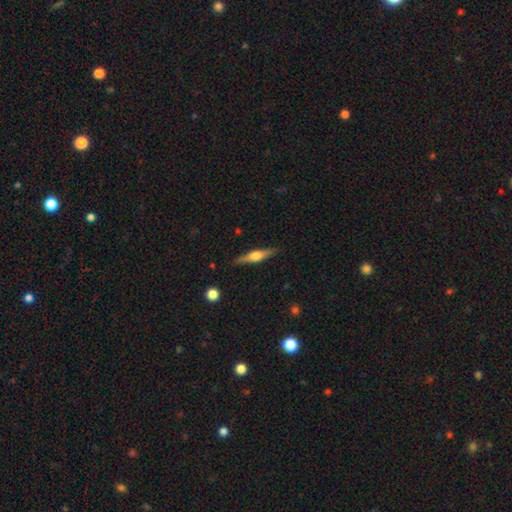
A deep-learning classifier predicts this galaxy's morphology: smooth_or_featured: featured or disk (p=0.64) [alt: smooth p=0.30]
disk_edge_on: yes (p=0.97) [alt: no p=0.03]
edge_on_bulge: rounded (p=0.89) [alt: boxy p=0.08]
merging: none (p=0.88) [alt: minor disturbance p=0.09]